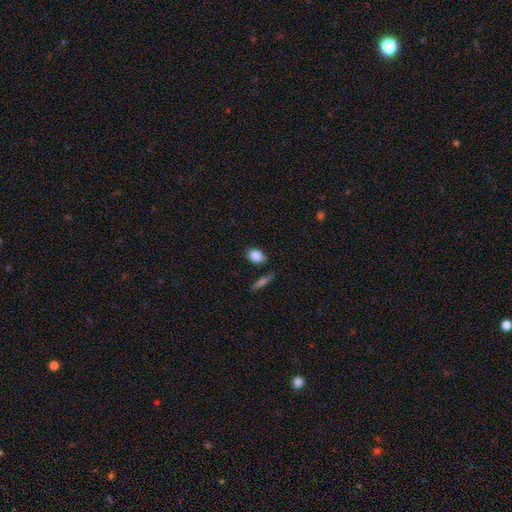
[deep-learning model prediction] smooth 86%, star or artifact 8%, featured or disk 6%. Down the decision tree: how rounded — in between (70%); merging — none (77%).